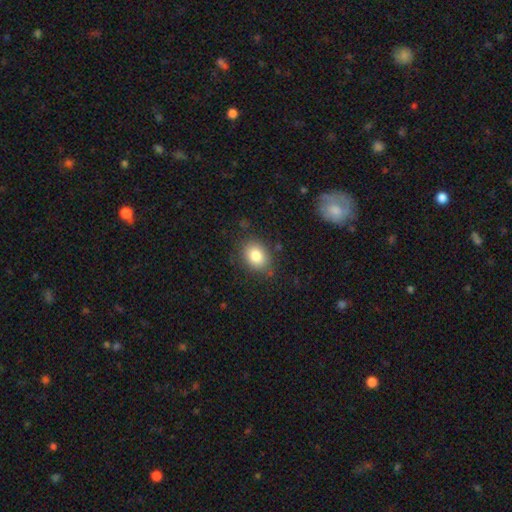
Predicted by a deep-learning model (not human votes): Smooth or featured? smooth (83%)
How rounded? in between (56%)
Merging? none (81%)